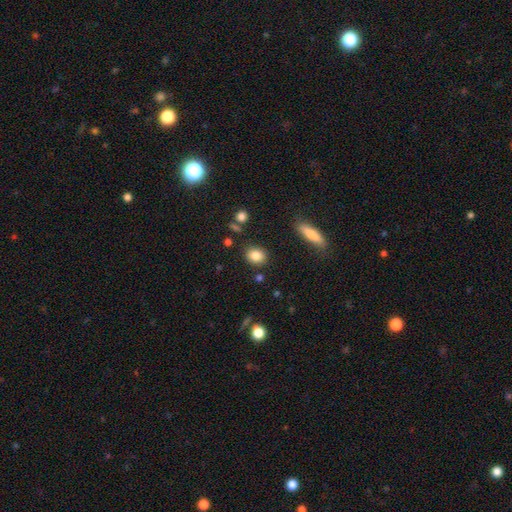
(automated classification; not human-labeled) This appears to be a smooth galaxy with no disk features (84%) that is round (53%). Merging: none (85%).